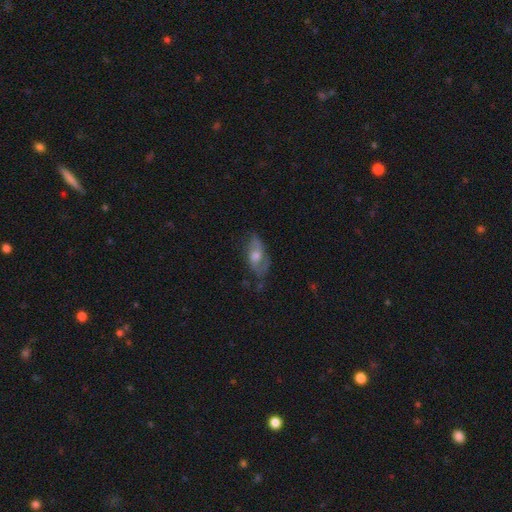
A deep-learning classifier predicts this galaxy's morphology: A featured or disk galaxy (61%) with no bar (67%), spiral arms (78%) and a moderate central bulge (63%). Merging: none (60%).